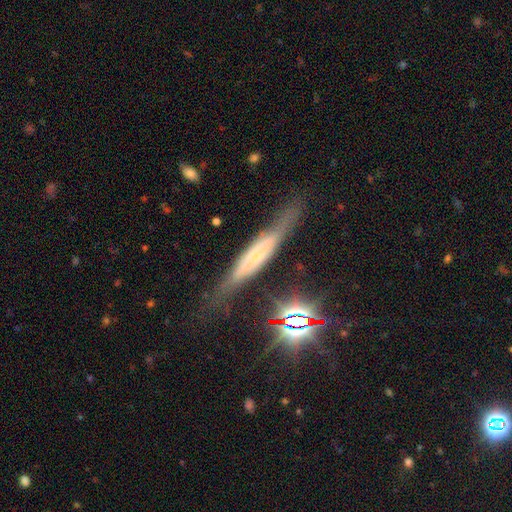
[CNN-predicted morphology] smooth_or_featured: featured or disk (p=0.63) [alt: smooth p=0.24]
disk_edge_on: yes (p=0.79) [alt: no p=0.21]
merging: none (p=0.69) [alt: minor disturbance p=0.20]